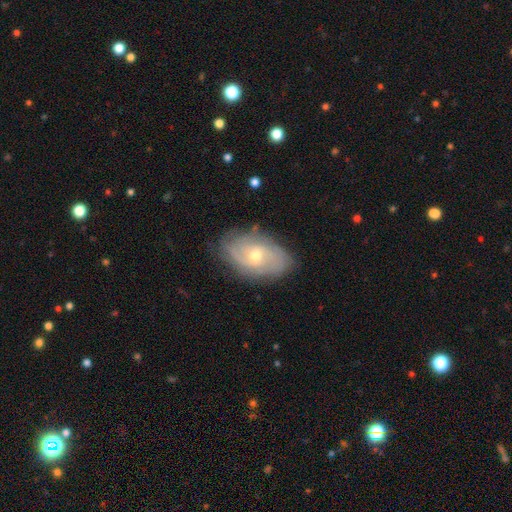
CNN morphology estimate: smooth-or-featured: featured or disk: 73% | smooth: 21% | star or artifact: 7%
  disk-edge-on: no: 94% | yes: 6%
    bar: no: 67% | weak: 28% | strong: 5%
    has-spiral-arms: yes: 87% | no: 13%
      spiral-winding: tight: 54% | medium: 33% | loose: 13%
      spiral-arm-count: can't tell: 39% | 2: 35% | 3: 13% | 4: 6% | 1: 4% | more than 4: 4%
    bulge-size: moderate: 51% | small: 46% | large: 2% | none: 1% | dominant: 1%
  merging: none: 77% | minor disturbance: 17% | major disturbance: 5% | merger: 1%